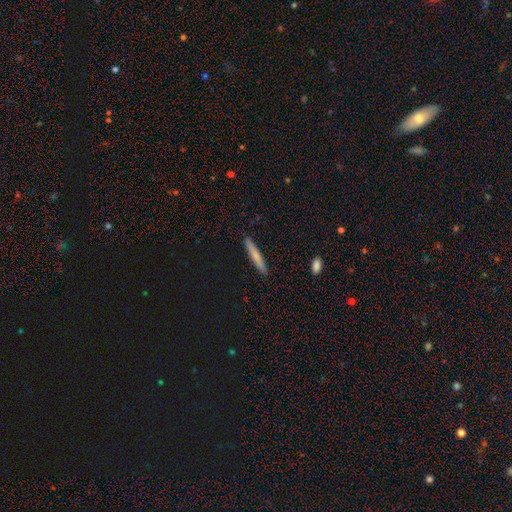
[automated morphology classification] A smooth galaxy with no disk features (68%) that is cigar-shaped (94%).

Vote fractions:
- Smooth or featured? smooth: 68% / featured or disk: 25% / star or artifact: 7%
- How rounded? cigar-shaped: 94% / in between: 4% / round: 1%
- Merging? none: 91% / minor disturbance: 7% / major disturbance: 1% / merger: 1%